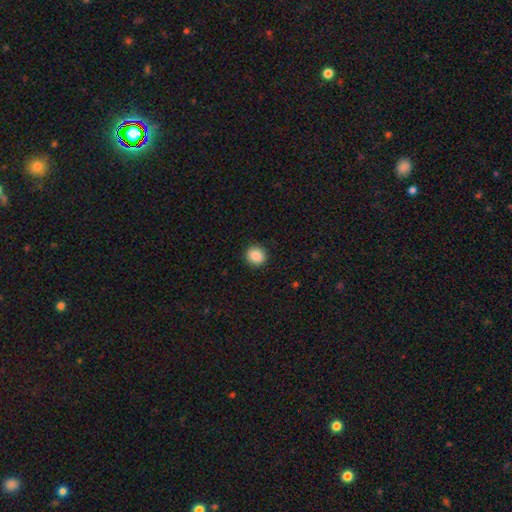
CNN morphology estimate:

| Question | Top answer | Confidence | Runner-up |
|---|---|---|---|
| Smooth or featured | smooth | 87% | star or artifact (9%) |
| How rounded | round | 90% | in between (9%) |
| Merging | none | 92% | minor disturbance (5%) |